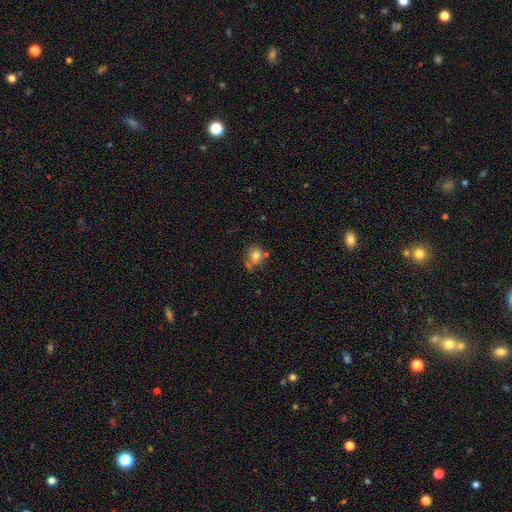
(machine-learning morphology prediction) Smooth or featured? smooth (69%)
How rounded? round (77%)
Merging? none (50%)